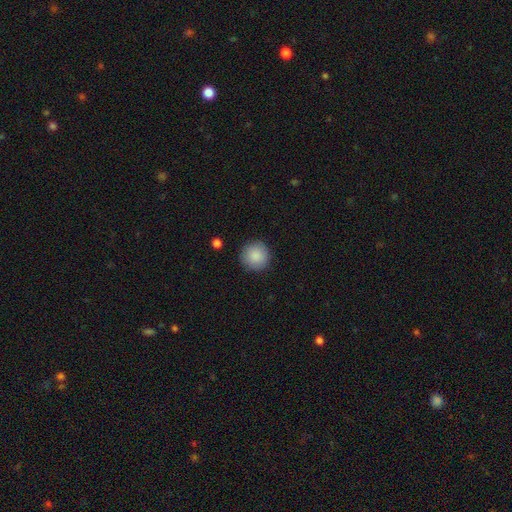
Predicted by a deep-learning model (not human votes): Smooth or featured? Predicted: smooth (p=0.88). How rounded? Predicted: round (p=0.96). Merging? Predicted: none (p=0.90).